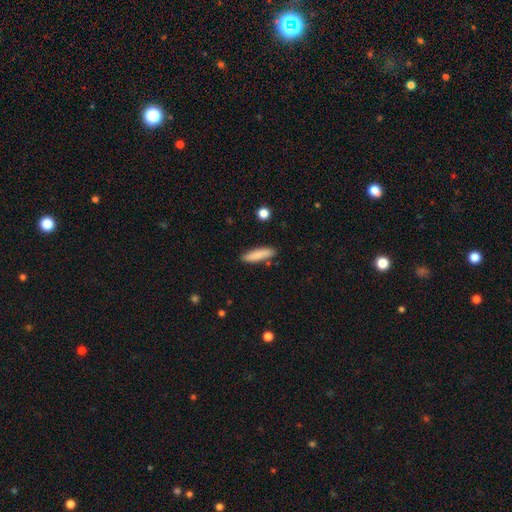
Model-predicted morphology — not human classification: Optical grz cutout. It shows a smooth galaxy with no disk features (85%) that is cigar-shaped (70%). Merging: none (84%).